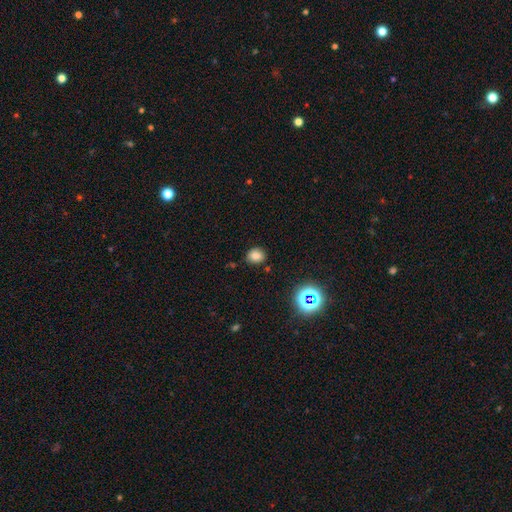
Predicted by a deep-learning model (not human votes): Smooth or featured? Predicted: smooth (p=0.78). How rounded? Predicted: round (p=0.65). Merging? Predicted: none (p=0.82).